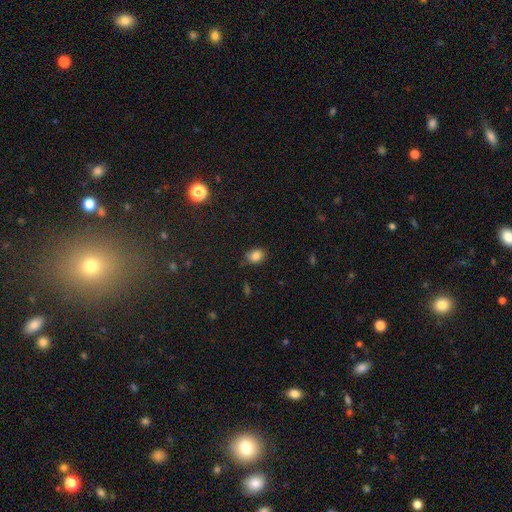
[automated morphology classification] Overall: smooth (82%). How rounded: in between (56%; round 43%). Merging: none (74%).